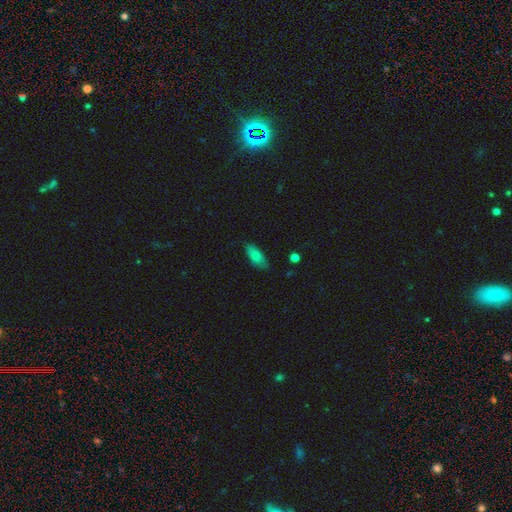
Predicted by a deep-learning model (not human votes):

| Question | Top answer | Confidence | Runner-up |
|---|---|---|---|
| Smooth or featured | smooth | 71% | featured or disk (21%) |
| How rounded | in between | 78% | cigar-shaped (19%) |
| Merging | none | 77% | minor disturbance (19%) |